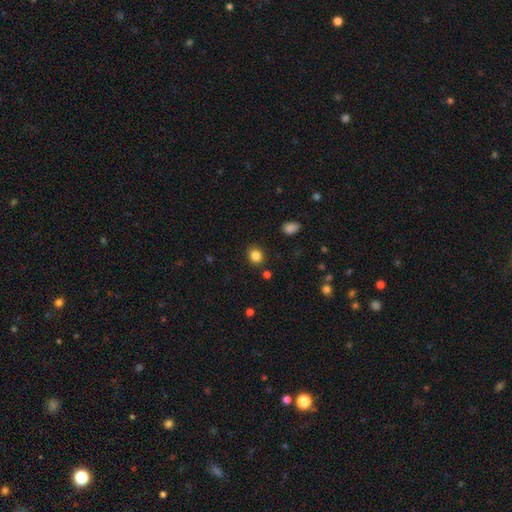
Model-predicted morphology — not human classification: A smooth galaxy with no disk features (84%) that is round (75%).

Vote fractions:
- Smooth or featured? smooth: 84% / star or artifact: 11% / featured or disk: 4%
- How rounded? round: 75% / in between: 25% / cigar-shaped: 1%
- Merging? none: 88% / minor disturbance: 7% / merger: 3% / major disturbance: 2%